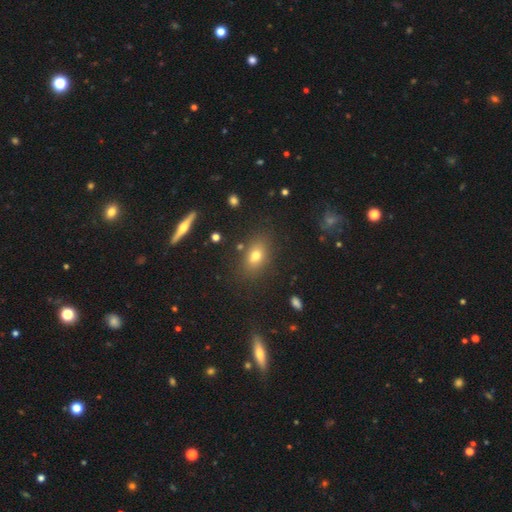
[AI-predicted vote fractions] This is likely a smooth galaxy (71%). How rounded: likely in between (76%). Merging: clearly none (80%).